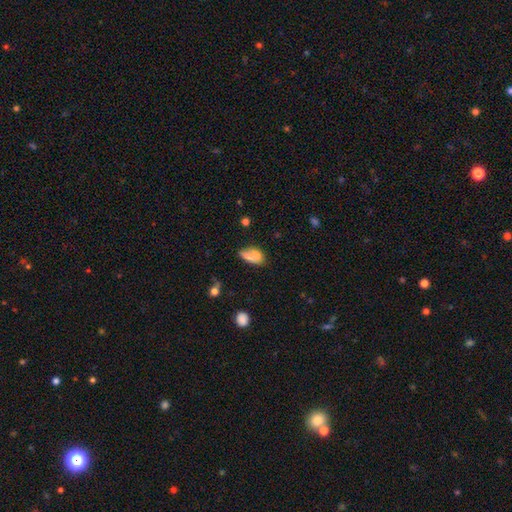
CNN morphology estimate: smooth-or-featured: smooth: 69% | featured or disk: 21% | star or artifact: 10%
  how-rounded: in between: 85% | round: 9% | cigar-shaped: 6%
  merging: none: 34% | merger: 33% | minor disturbance: 20% | major disturbance: 12%